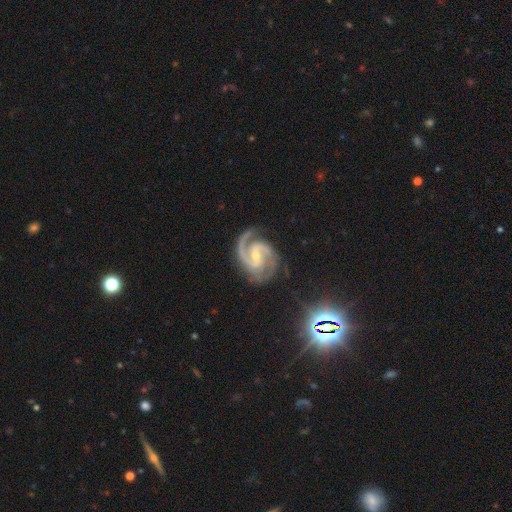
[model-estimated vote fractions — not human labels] Smooth or featured: featured or disk — 93% (star or artifact — 4%)
Edge-on disk: no — 98% (yes — 2%)
Bar: weak — 47% (no — 36%)
Spiral arms: yes — 99% (no — 1%)
Spiral winding: medium — 53% (tight — 39%)
Spiral arm count: 2 — 75% (3 — 13%)
Bulge size: small — 58% (moderate — 38%)
Merging: none — 70% (minor disturbance — 19%)